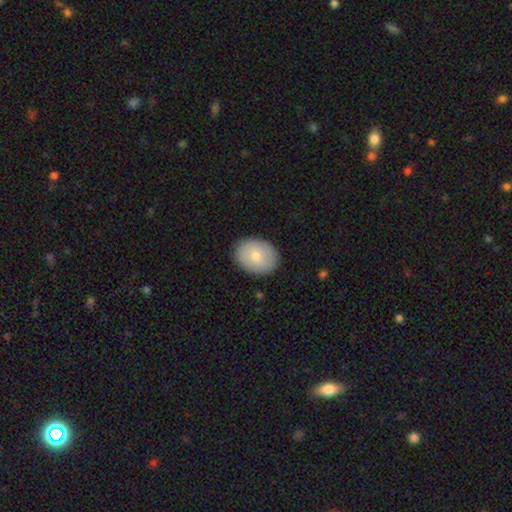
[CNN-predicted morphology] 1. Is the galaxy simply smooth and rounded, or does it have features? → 76% smooth, 18% featured or disk, 7% star or artifact.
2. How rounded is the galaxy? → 55% in between, 45% round, 1% cigar-shaped.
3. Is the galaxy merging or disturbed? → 87% none, 9% minor disturbance, 2% major disturbance, 1% merger.